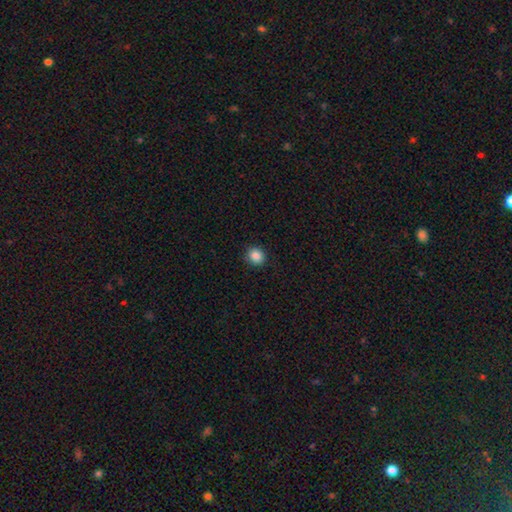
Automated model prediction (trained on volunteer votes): smooth_or_featured: smooth (p=0.87) [alt: star or artifact p=0.10]
how_rounded: round (p=0.79) [alt: in between p=0.20]
merging: none (p=0.91) [alt: minor disturbance p=0.06]